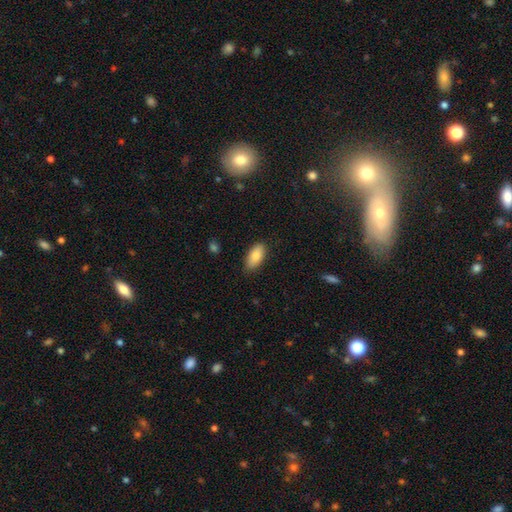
Overall: smooth (92%). How rounded: in between (84%). Merging: none (80%).